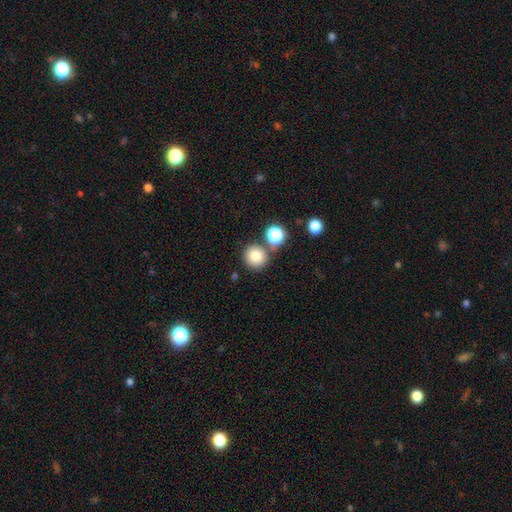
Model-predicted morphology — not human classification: A smooth galaxy with no disk features (81%) that is round (92%).

Vote fractions:
- Smooth or featured? smooth: 81% / star or artifact: 12% / featured or disk: 7%
- How rounded? round: 92% / in between: 7% / cigar-shaped: 1%
- Merging? none: 75% / merger: 14% / minor disturbance: 8% / major disturbance: 3%